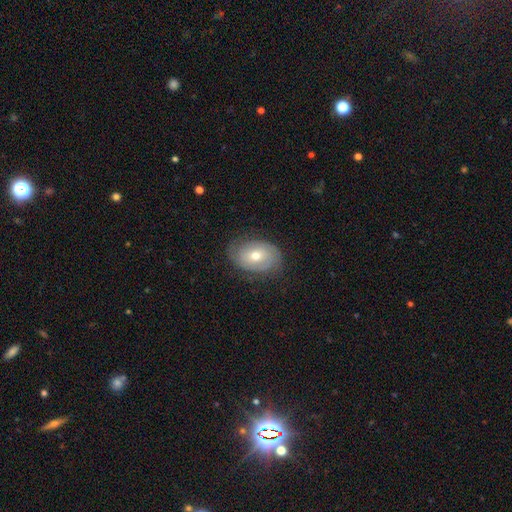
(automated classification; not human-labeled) Smooth or featured?
  - featured or disk: 55% *
  - smooth: 37%
  - star or artifact: 7%
Edge-on disk?
  - no: 94% *
  - yes: 6%
Bar?
  - no: 68% *
  - weak: 25%
  - strong: 7%
Spiral arms?
  - yes: 71% *
  - no: 29%
Bulge size?
  - moderate: 61% *
  - small: 35%
  - large: 2%
  - dominant: 1%
  - none: 1%
Merging?
  - none: 75% *
  - minor disturbance: 18%
  - major disturbance: 6%
  - merger: 1%